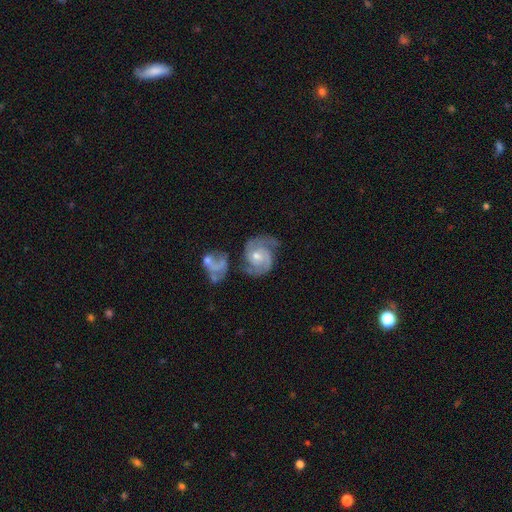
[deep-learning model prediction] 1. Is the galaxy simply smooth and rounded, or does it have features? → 86% featured or disk, 9% smooth, 5% star or artifact.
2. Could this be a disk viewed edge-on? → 98% no, 2% yes.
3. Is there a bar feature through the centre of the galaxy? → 69% no, 26% weak, 5% strong.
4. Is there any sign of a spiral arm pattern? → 96% yes, 4% no.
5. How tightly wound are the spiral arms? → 45% medium, 43% tight, 13% loose.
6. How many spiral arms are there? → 68% 2, 14% 3, 8% can't tell, 4% 1, 3% 4, 2% more than 4.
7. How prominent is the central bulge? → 51% moderate, 43% small, 3% large, 2% none, 1% dominant.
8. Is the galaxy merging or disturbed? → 51% none, 20% minor disturbance, 15% merger, 14% major disturbance.